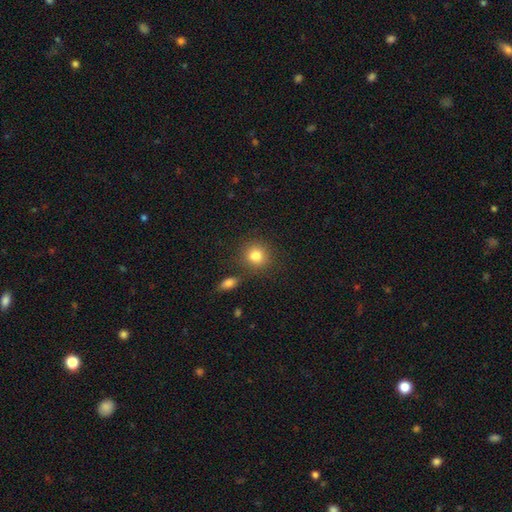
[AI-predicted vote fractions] smooth 83%, star or artifact 10%, featured or disk 7%. Down the decision tree: how rounded — round (83%); merging — none (75%).